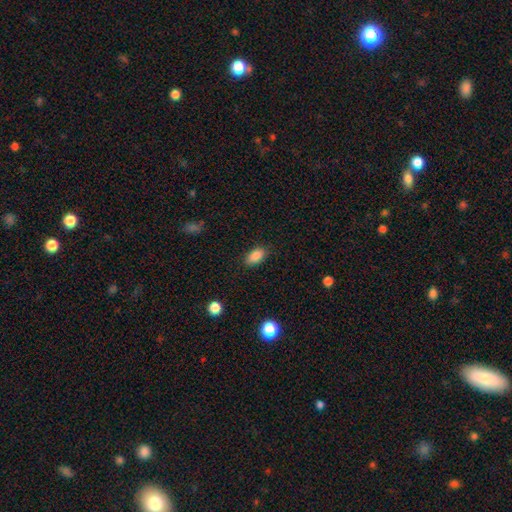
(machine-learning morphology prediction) type=smooth (87%); roundness=in between (90%); merging=none (85%).